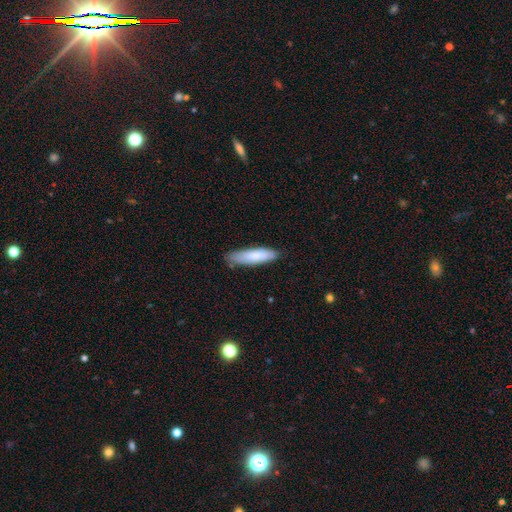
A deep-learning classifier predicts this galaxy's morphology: Smooth or featured?
  - smooth: 80% *
  - featured or disk: 14%
  - star or artifact: 6%
How rounded?
  - cigar-shaped: 69% *
  - in between: 30%
  - round: 1%
Merging?
  - none: 79% *
  - minor disturbance: 17%
  - major disturbance: 3%
  - merger: 1%